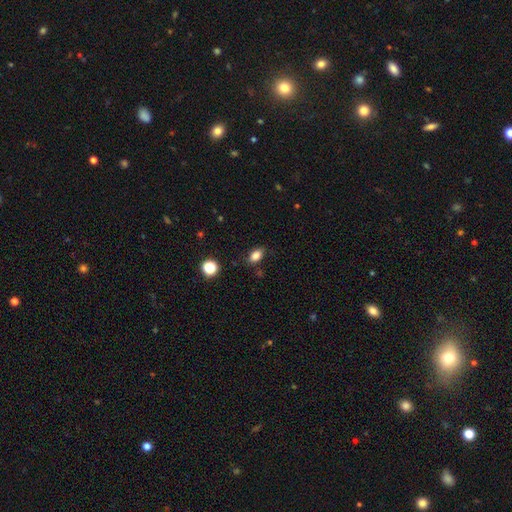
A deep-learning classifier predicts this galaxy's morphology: smooth_or_featured: smooth (p=0.84) [alt: star or artifact p=0.11]
how_rounded: in between (p=0.85) [alt: round p=0.12]
merging: none (p=0.82) [alt: minor disturbance p=0.13]